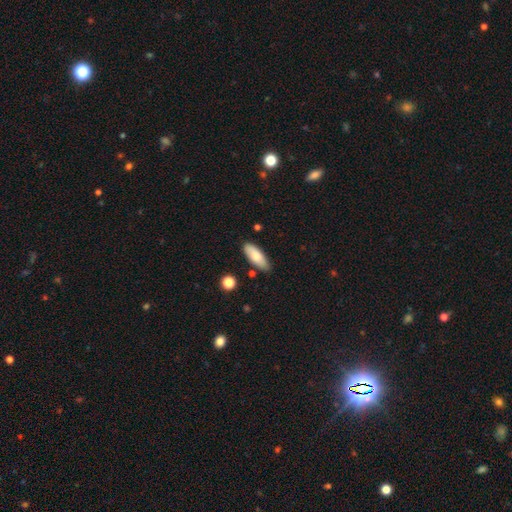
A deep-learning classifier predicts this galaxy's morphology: A smooth galaxy with no disk features (78%) that is in between round and cigar-shaped (74%). Merging: none (82%).